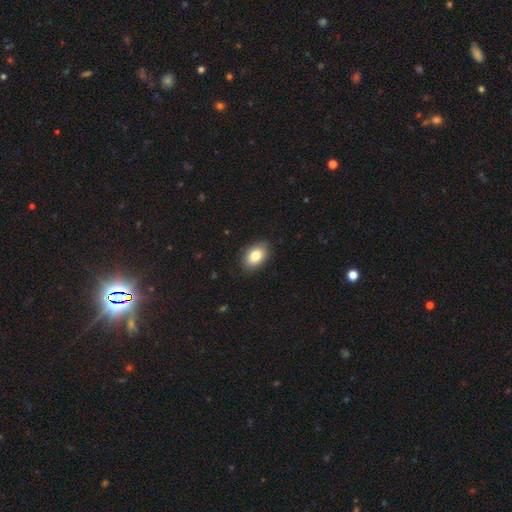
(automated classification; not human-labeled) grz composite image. It shows a smooth galaxy with no disk features (81%) that is in between round and cigar-shaped (87%). Merging: none (86%).